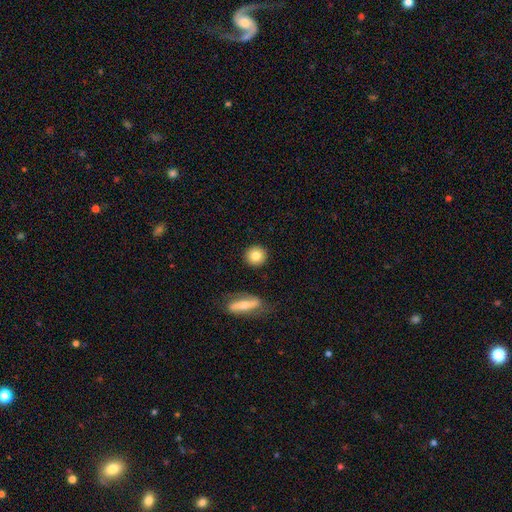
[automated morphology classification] Q: Smooth or featured?
A: smooth (82%); runner-up: featured or disk (10%)
Q: How rounded?
A: round (92%); runner-up: in between (7%)
Q: Merging?
A: none (89%); runner-up: minor disturbance (6%)